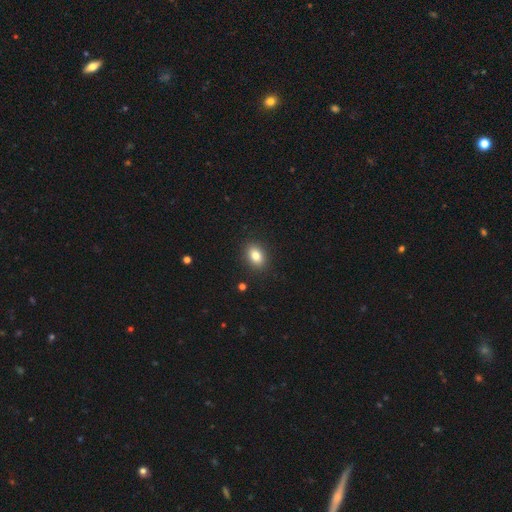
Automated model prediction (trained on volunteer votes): Smooth or featured?
  - smooth: 83% *
  - star or artifact: 9%
  - featured or disk: 8%
How rounded?
  - in between: 76% *
  - round: 23%
  - cigar-shaped: 1%
Merging?
  - none: 89% *
  - minor disturbance: 7%
  - major disturbance: 2%
  - merger: 1%